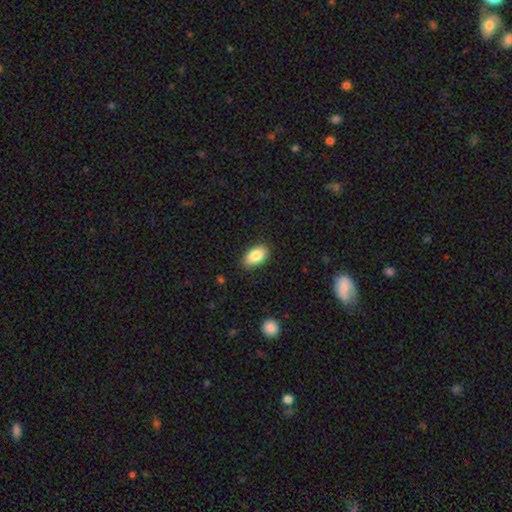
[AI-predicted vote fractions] Morphology: type=smooth (86%); roundness=in between (93%); merging=none (86%).